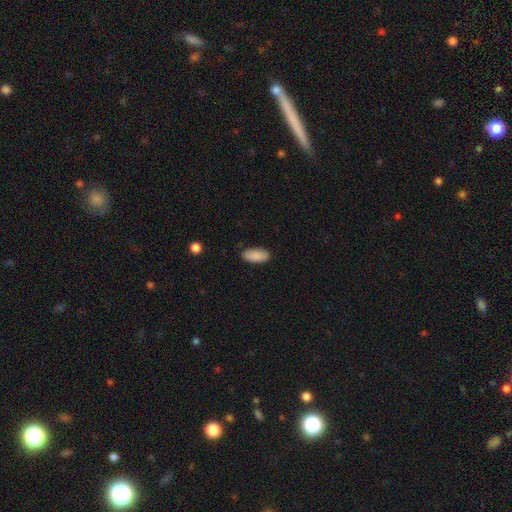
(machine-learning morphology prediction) smooth-or-featured: smooth: 89% | star or artifact: 7% | featured or disk: 4%
  how-rounded: in between: 89% | cigar-shaped: 10% | round: 2%
  merging: none: 87% | minor disturbance: 10% | major disturbance: 2% | merger: 1%